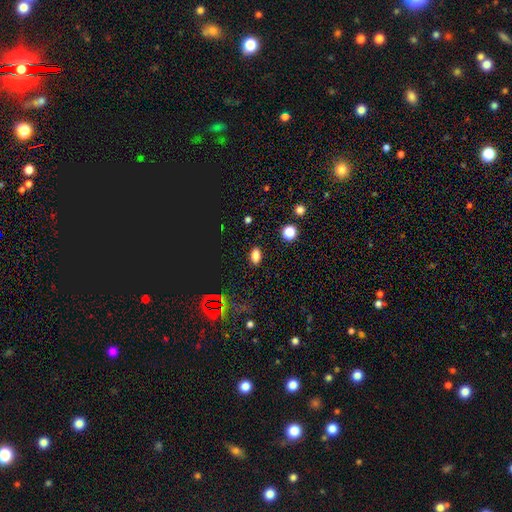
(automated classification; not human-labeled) Smooth or featured? smooth (77%)
How rounded? in between (85%)
Merging? none (89%)